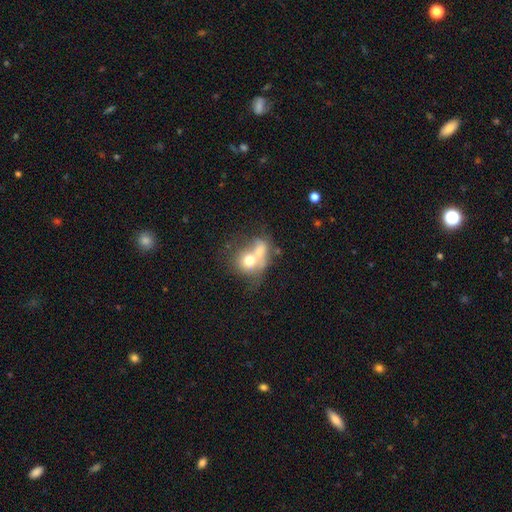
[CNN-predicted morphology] smooth 61%, featured or disk 29%, star or artifact 10%. Down the decision tree: how rounded — round (61%); merging — merger (70%).